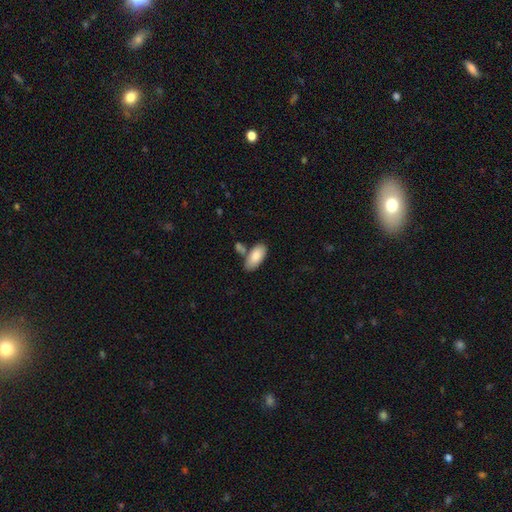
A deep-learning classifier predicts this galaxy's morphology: Smooth or featured? Predicted: smooth (p=0.84). How rounded? Predicted: in between (p=0.92). Merging? Predicted: none (p=0.67).